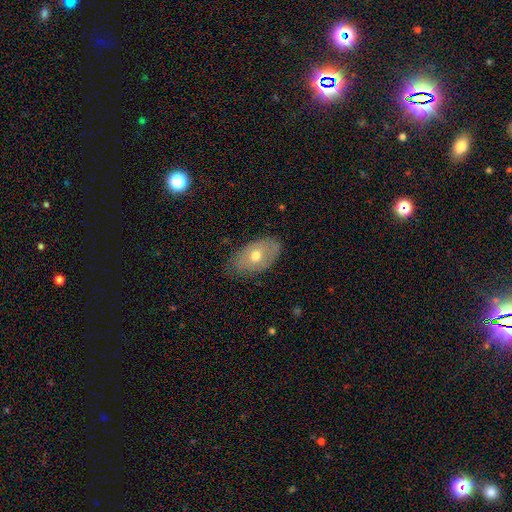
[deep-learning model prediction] Morphology: type=smooth (52%); roundness=in between (90%); merging=none (73%).